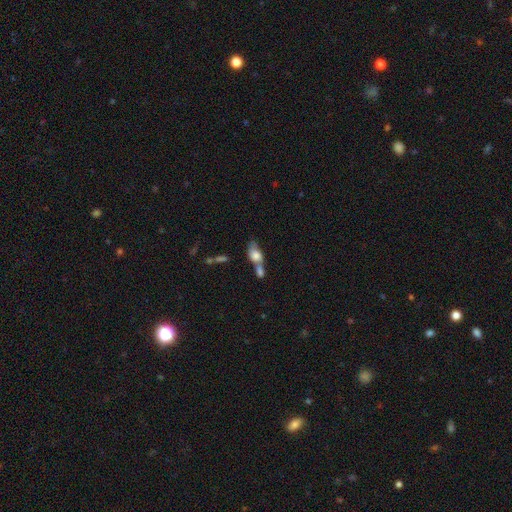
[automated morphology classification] A smooth galaxy with no disk features (70%) that is in between round and cigar-shaped (76%). Merging: merger (63%).